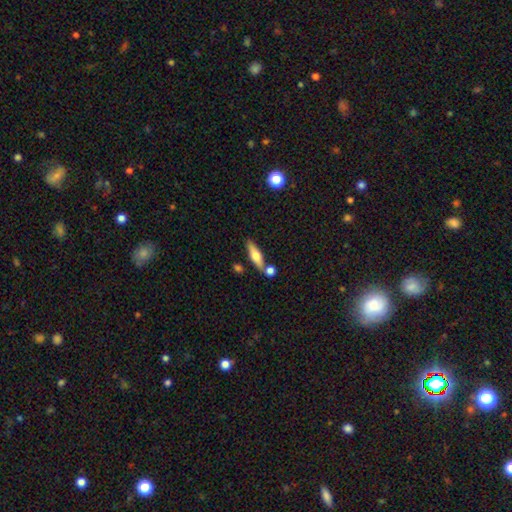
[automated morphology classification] This appears to be a smooth galaxy with no disk features (48%). Merging: none (73%).